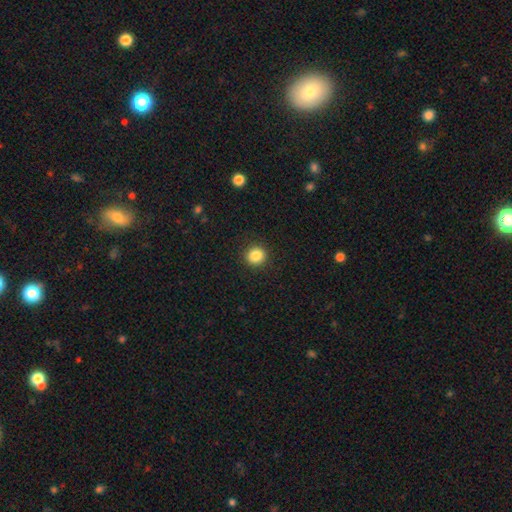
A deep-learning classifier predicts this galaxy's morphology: Overall: smooth (86%). How rounded: round (91%). Merging: none (92%).